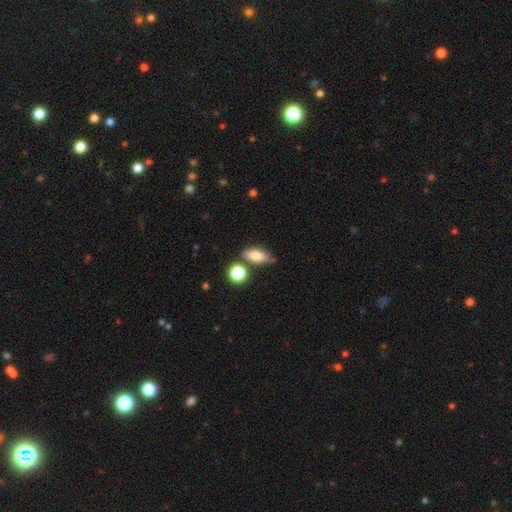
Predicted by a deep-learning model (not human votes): Smooth or featured? smooth (77%)
How rounded? in between (74%)
Merging? none (67%)